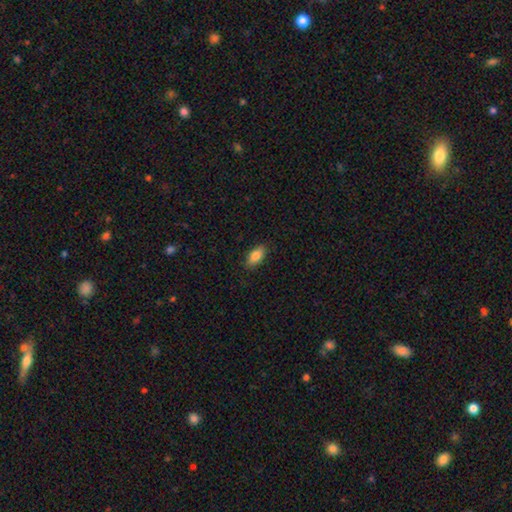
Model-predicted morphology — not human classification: Smooth or featured? smooth (84%)
How rounded? in between (88%)
Merging? none (87%)